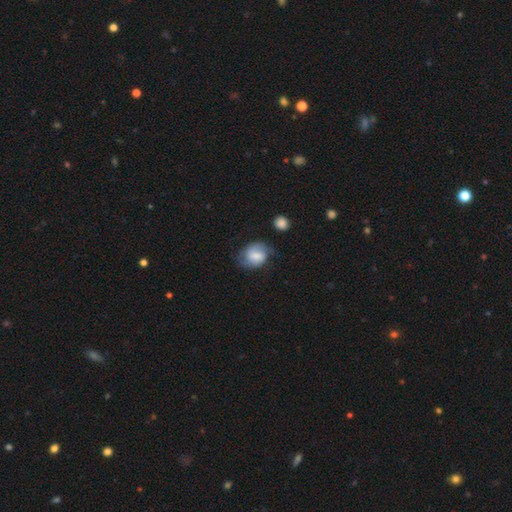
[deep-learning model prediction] A smooth galaxy with no disk features (54%) that is in between round and cigar-shaped (52%).

Vote fractions:
- Smooth or featured? smooth: 54% / featured or disk: 39% / star or artifact: 7%
- How rounded? in between: 52% / round: 47% / cigar-shaped: 1%
- Merging? none: 53% / minor disturbance: 30% / major disturbance: 14% / merger: 3%